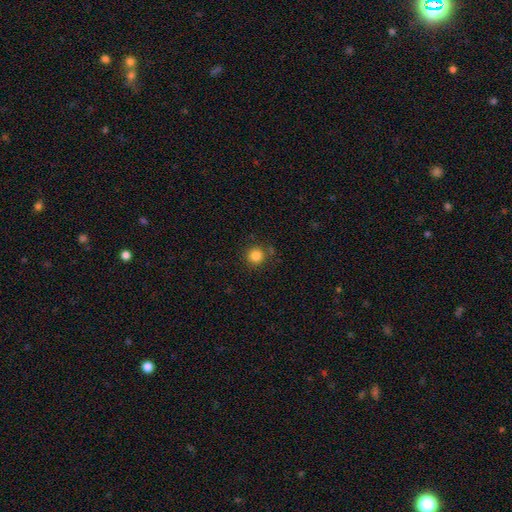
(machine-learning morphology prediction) Q: Smooth or featured?
A: smooth (83%); runner-up: star or artifact (12%)
Q: How rounded?
A: round (94%); runner-up: in between (5%)
Q: Merging?
A: none (83%); runner-up: minor disturbance (10%)